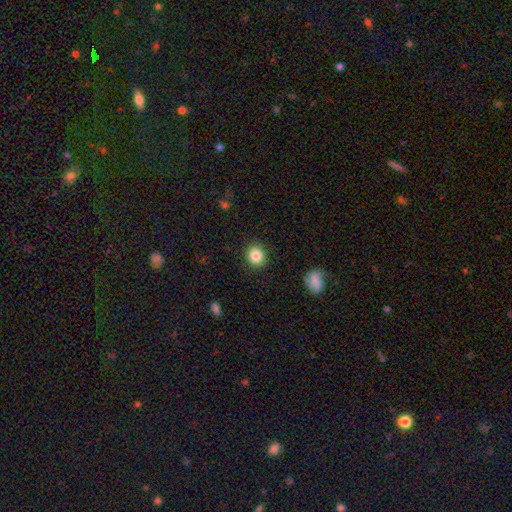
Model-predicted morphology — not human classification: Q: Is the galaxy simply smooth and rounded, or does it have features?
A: smooth — 86%.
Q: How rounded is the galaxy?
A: round — 76%.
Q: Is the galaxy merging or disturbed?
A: none — 89%.